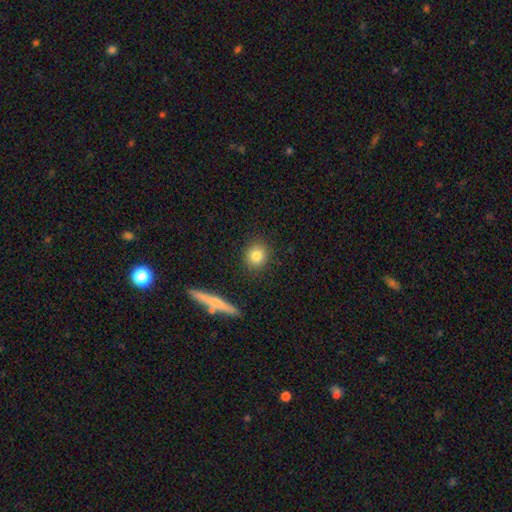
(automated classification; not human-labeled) A smooth galaxy with no disk features (83%) that is round (88%). Merging: none (89%).